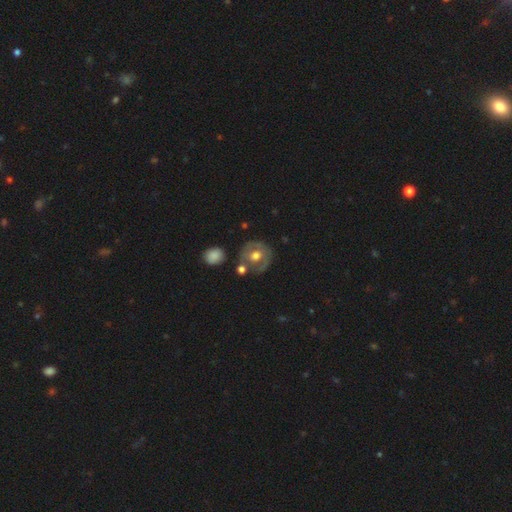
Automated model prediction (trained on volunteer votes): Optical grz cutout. It shows a featured or disk galaxy (55%) with no bar (70%), no spiral arms (62%) and a moderate central bulge (70%). Merging: none (67%).